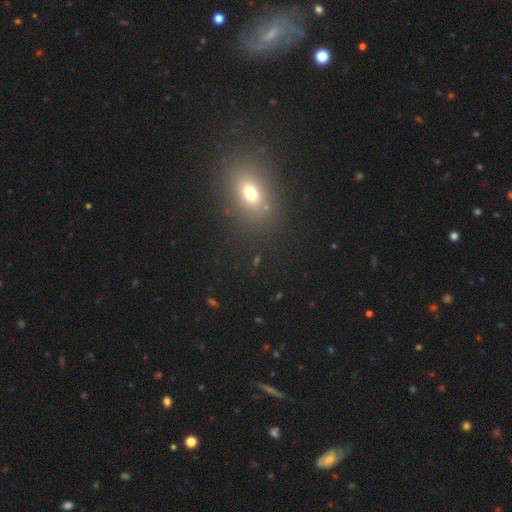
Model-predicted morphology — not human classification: smooth 60%, star or artifact 29%, featured or disk 11%. Down the decision tree: how rounded — in between (61%); merging — none (87%).